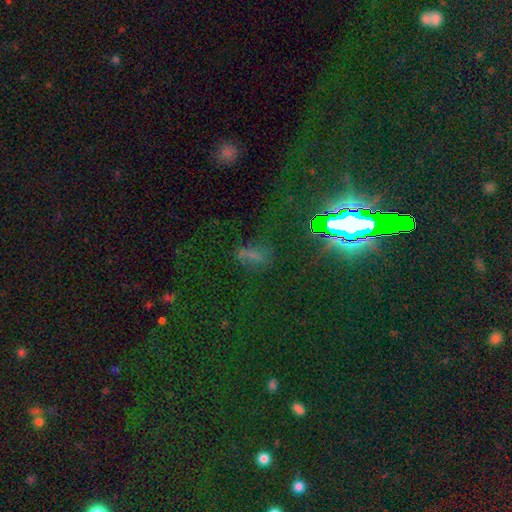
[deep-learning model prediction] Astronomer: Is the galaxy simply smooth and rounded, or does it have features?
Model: star or artifact — 48% (runner-up: smooth, 38%).